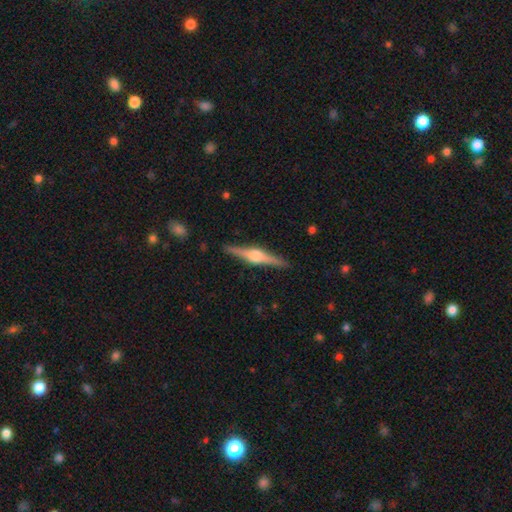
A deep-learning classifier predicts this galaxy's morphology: A featured or disk galaxy (81%) viewed edge-on (98%) with a rounded central bulge (87%).

Vote fractions:
- Smooth or featured? featured or disk: 81% / smooth: 14% / star or artifact: 5%
- Edge-on disk? yes: 98% / no: 2%
- Edge-on bulge? rounded: 87% / boxy: 10% / none: 2%
- Merging? none: 91% / minor disturbance: 7% / major disturbance: 1% / merger: 1%